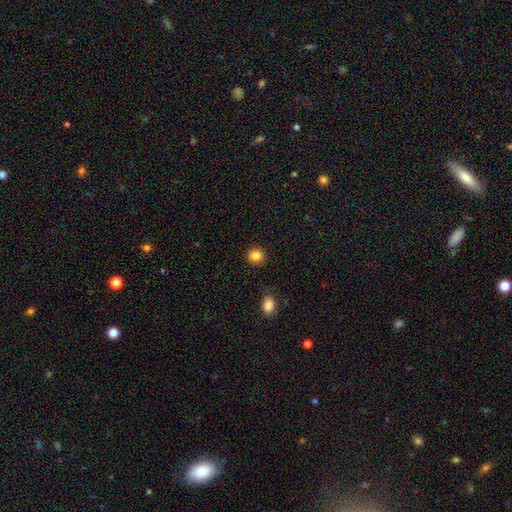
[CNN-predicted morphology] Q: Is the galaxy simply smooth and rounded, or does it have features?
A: smooth — 86%.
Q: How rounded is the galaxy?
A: round — 86%.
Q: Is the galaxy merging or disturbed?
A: none — 89%.